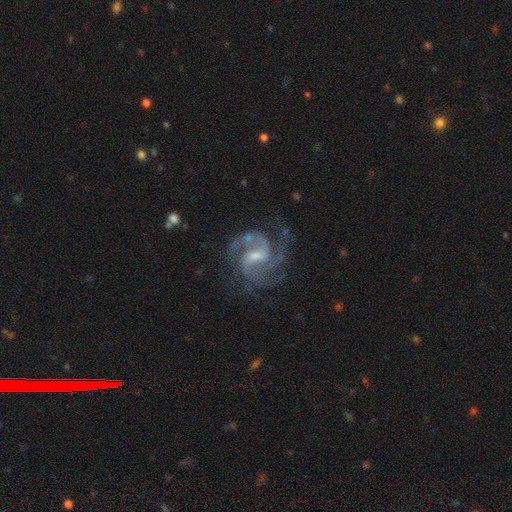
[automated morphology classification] Smooth or featured? featured or disk (93%)
Edge-on disk? no (98%)
Bar? weak (57%)
Spiral arms? yes (98%)
Spiral winding? medium (59%)
Spiral arm count? 2 (45%)
Bulge size? small (53%)
Merging? none (72%)